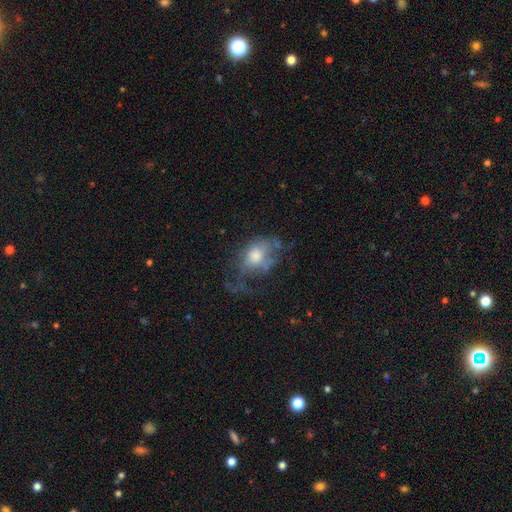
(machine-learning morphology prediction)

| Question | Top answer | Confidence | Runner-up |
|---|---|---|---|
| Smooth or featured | featured or disk | 46% | smooth (44%) |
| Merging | major disturbance | 45% | none (30%) |